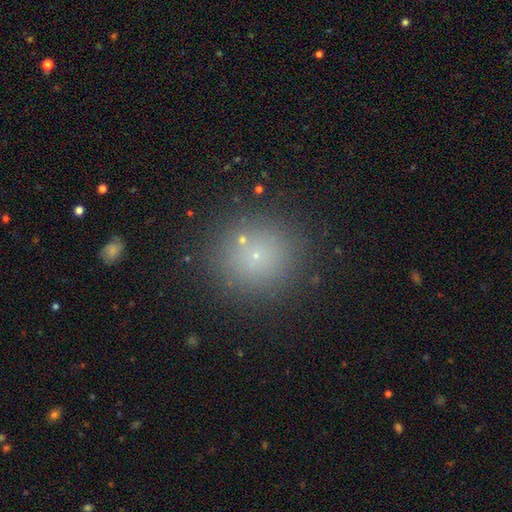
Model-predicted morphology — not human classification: Smooth or featured?
  - smooth: 65% *
  - star or artifact: 23%
  - featured or disk: 12%
How rounded?
  - round: 93% *
  - in between: 6%
  - cigar-shaped: 1%
Merging?
  - none: 84% *
  - minor disturbance: 7%
  - merger: 6%
  - major disturbance: 3%